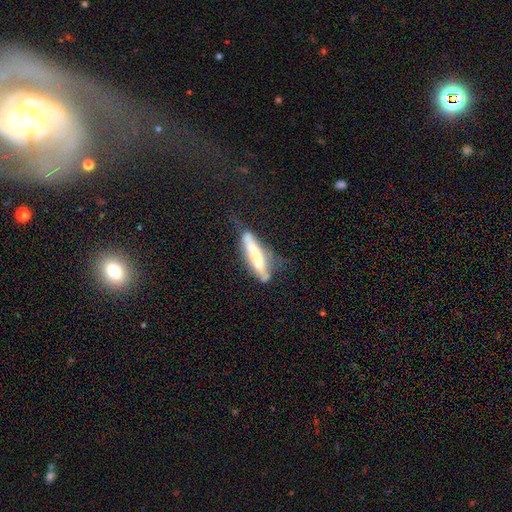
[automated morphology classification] Smooth or featured: smooth — 53% (featured or disk — 40%)
How rounded: cigar-shaped — 84% (in between — 15%)
Merging: none — 39% (minor disturbance — 32%)